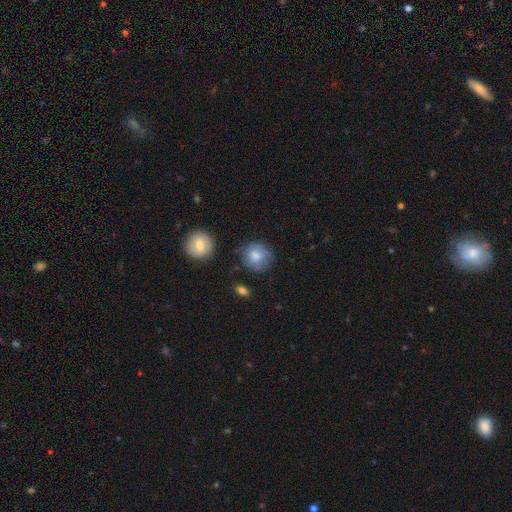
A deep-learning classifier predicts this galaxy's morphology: Overall: smooth (73%). How rounded: round (87%). Merging: none (72%).